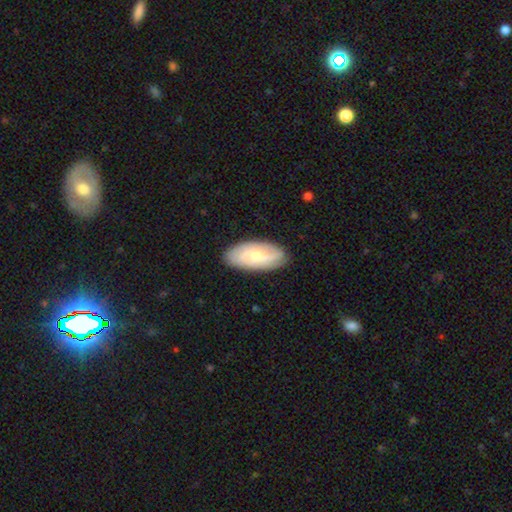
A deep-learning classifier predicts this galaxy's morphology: A featured or disk galaxy (54%).

Vote fractions:
- Smooth or featured? featured or disk: 54% / smooth: 41% / star or artifact: 6%
- Edge-on disk? no: 90% / yes: 10%
- Merging? none: 83% / minor disturbance: 13% / major disturbance: 3% / merger: 1%